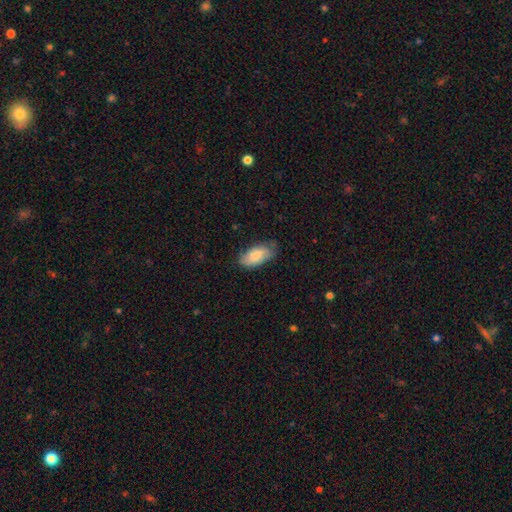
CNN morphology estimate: smooth-or-featured: smooth: 77% | featured or disk: 17% | star or artifact: 6%
  how-rounded: in between: 92% | cigar-shaped: 5% | round: 2%
  merging: none: 70% | minor disturbance: 25% | major disturbance: 5% | merger: 1%